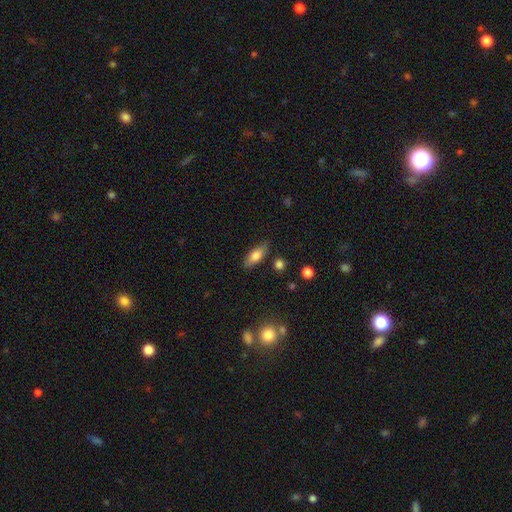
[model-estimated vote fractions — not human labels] Smooth or featured? Predicted: smooth (p=0.74). How rounded? Predicted: in between (p=0.72). Merging? Predicted: none (p=0.82).